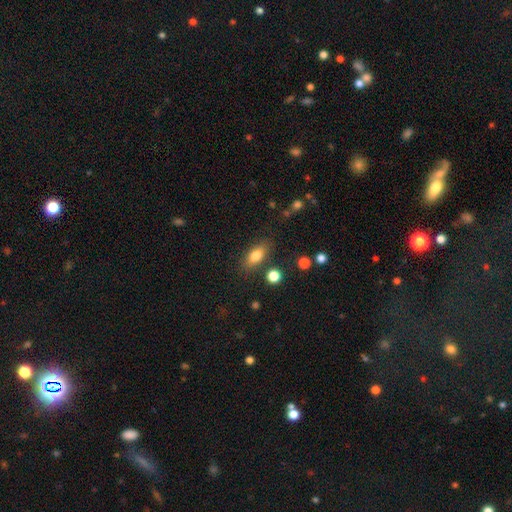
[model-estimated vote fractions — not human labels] smooth_or_featured: smooth (p=0.80) [alt: featured or disk p=0.11]
how_rounded: in between (p=0.82) [alt: cigar-shaped p=0.11]
merging: none (p=0.80) [alt: minor disturbance p=0.12]